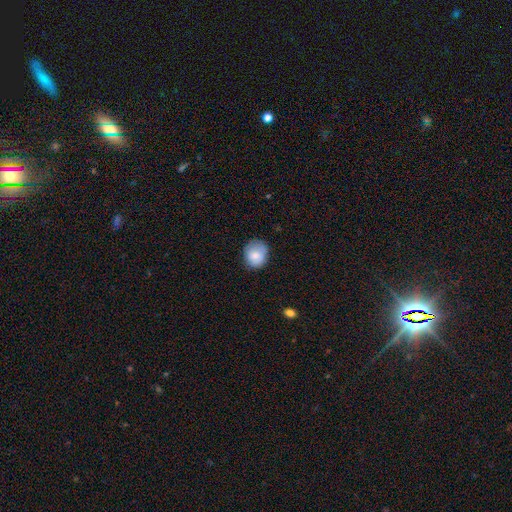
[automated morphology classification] Smooth or featured? smooth (81%)
How rounded? round (71%)
Merging? none (68%)